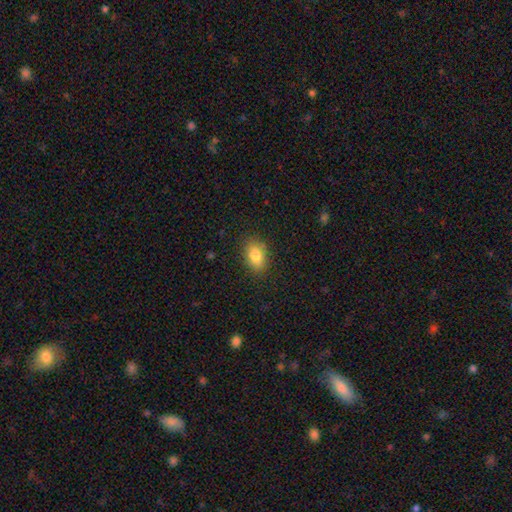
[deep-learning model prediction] Smooth or featured?
  - smooth: 82% *
  - featured or disk: 9%
  - star or artifact: 9%
How rounded?
  - in between: 82% *
  - round: 16%
  - cigar-shaped: 2%
Merging?
  - none: 85% *
  - minor disturbance: 11%
  - major disturbance: 3%
  - merger: 1%